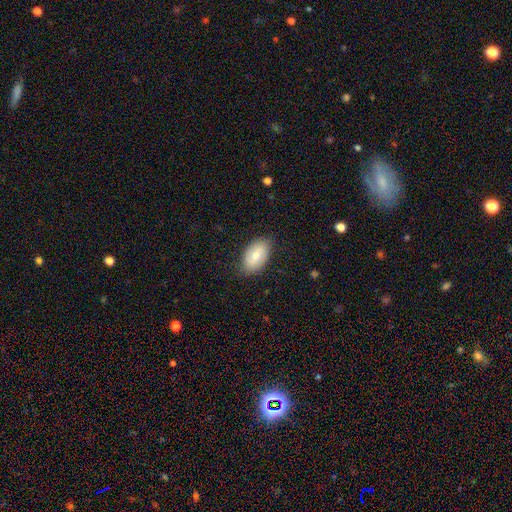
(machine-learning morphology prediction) Smooth or featured: smooth — 70% (featured or disk — 23%)
How rounded: in between — 94% (round — 4%)
Merging: none — 81% (minor disturbance — 15%)